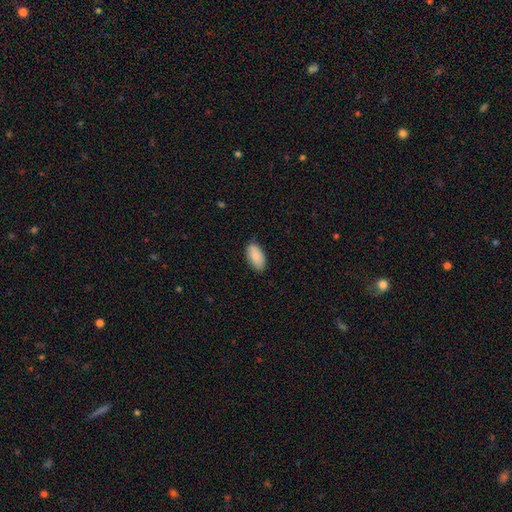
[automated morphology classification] A smooth galaxy with no disk features (89%) that is in between round and cigar-shaped (94%). Merging: none (84%).